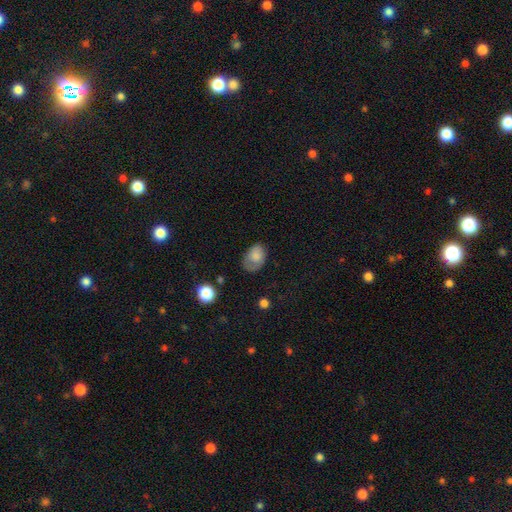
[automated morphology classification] Q: Smooth or featured?
A: smooth (75%); runner-up: featured or disk (17%)
Q: How rounded?
A: in between (80%); runner-up: round (19%)
Q: Merging?
A: none (55%); runner-up: minor disturbance (30%)